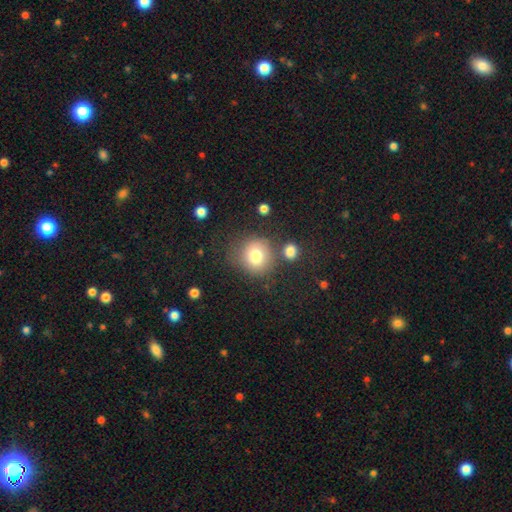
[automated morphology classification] Smooth or featured?
  - smooth: 77% *
  - featured or disk: 12%
  - star or artifact: 11%
How rounded?
  - round: 85% *
  - in between: 14%
  - cigar-shaped: 1%
Merging?
  - none: 71% *
  - minor disturbance: 14%
  - merger: 9%
  - major disturbance: 6%